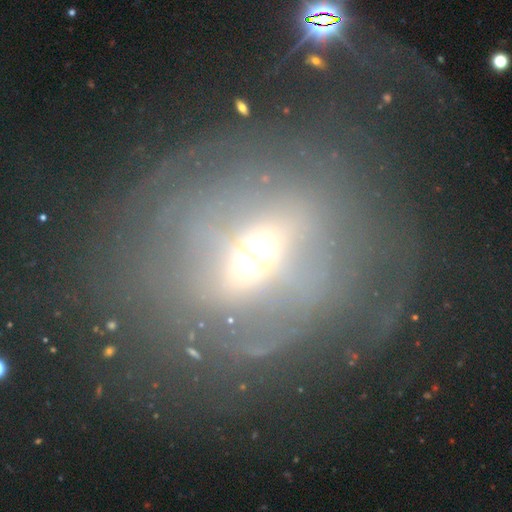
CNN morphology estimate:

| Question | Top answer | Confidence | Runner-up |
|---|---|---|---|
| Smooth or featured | featured or disk | 53% | smooth (30%) |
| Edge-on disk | no | 85% | yes (15%) |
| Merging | none | 38% | major disturbance (37%) |